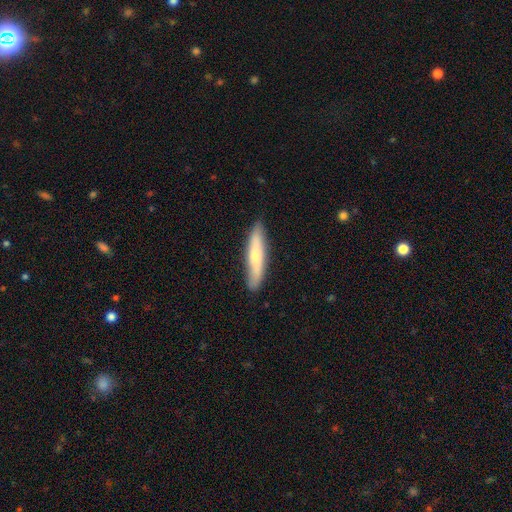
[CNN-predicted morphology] Smooth or featured?
  - smooth: 59% *
  - featured or disk: 36%
  - star or artifact: 5%
How rounded?
  - cigar-shaped: 88% *
  - in between: 11%
  - round: 1%
Merging?
  - none: 86% *
  - minor disturbance: 11%
  - major disturbance: 2%
  - merger: 1%